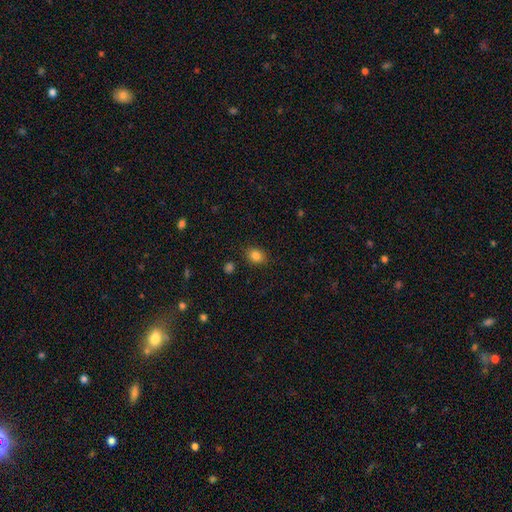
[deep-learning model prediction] The model was most divided on "how rounded": in between: 51%, round: 48%, cigar-shaped: 1%. More confident: merging — none (85%); smooth or featured — smooth (83%).